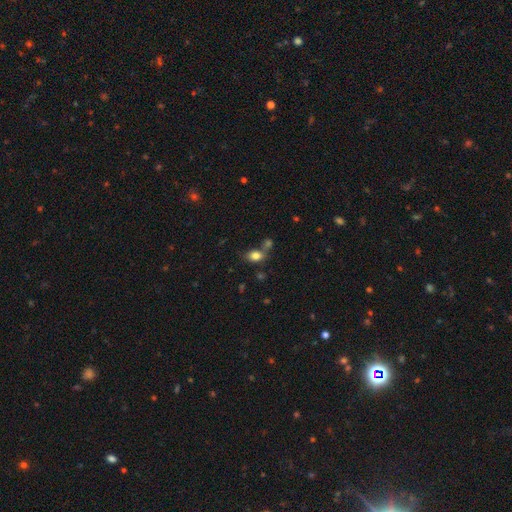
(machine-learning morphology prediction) Smooth or featured? smooth (81%)
How rounded? in between (73%)
Merging? none (55%)